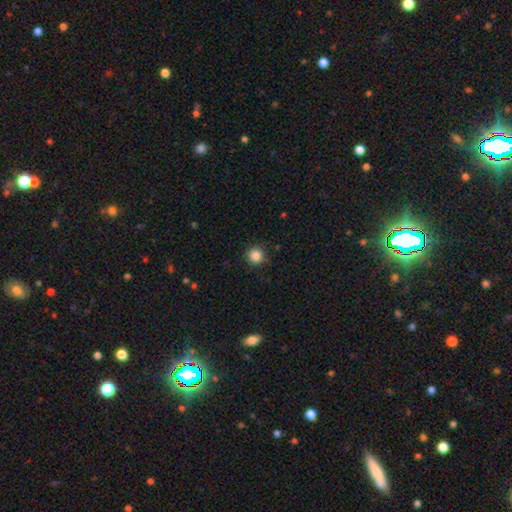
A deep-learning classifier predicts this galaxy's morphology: A smooth galaxy with no disk features (86%) that is round (94%).

Vote fractions:
- Smooth or featured? smooth: 86% / star or artifact: 11% / featured or disk: 3%
- How rounded? round: 94% / in between: 5% / cigar-shaped: 1%
- Merging? none: 87% / minor disturbance: 9% / major disturbance: 2% / merger: 1%